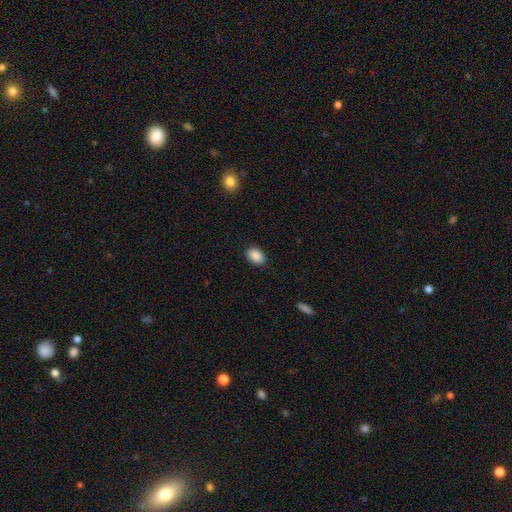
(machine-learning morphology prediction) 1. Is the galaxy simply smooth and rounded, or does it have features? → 89% smooth, 8% star or artifact, 3% featured or disk.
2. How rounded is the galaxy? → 80% in between, 19% round, 1% cigar-shaped.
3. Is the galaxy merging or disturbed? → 86% none, 11% minor disturbance, 2% major disturbance, 1% merger.